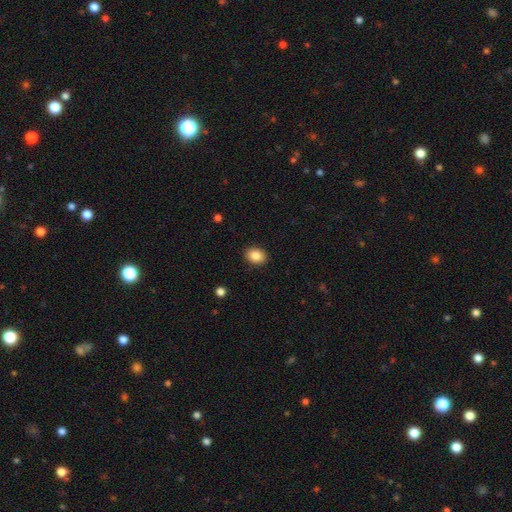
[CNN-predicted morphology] Overall: smooth (86%). How rounded: in between (59%; round 40%). Merging: none (90%).